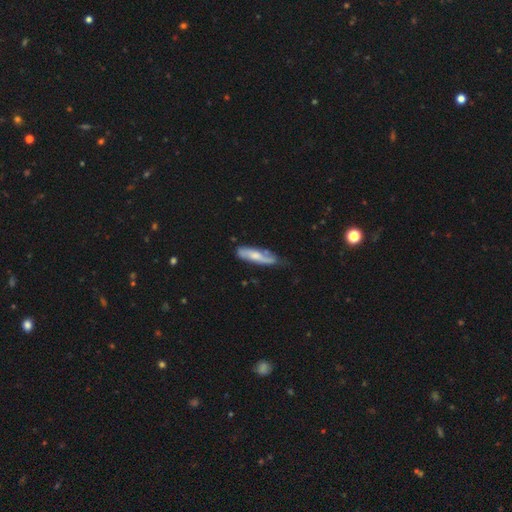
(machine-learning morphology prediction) smooth_or_featured: featured or disk (p=0.50) [alt: smooth p=0.44]
merging: none (p=0.57) [alt: minor disturbance p=0.31]